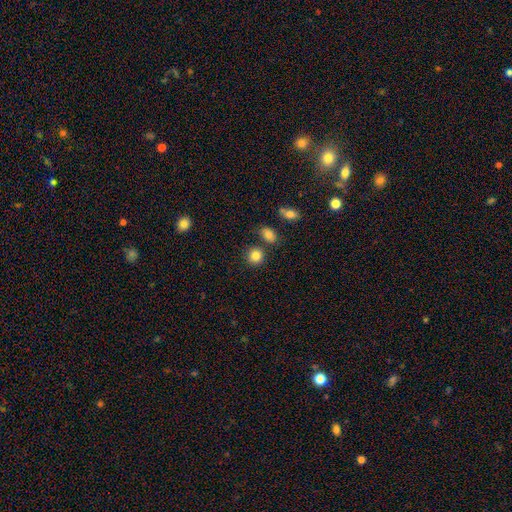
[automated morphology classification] smooth-or-featured: smooth: 84% | star or artifact: 10% | featured or disk: 6%
  how-rounded: round: 87% | in between: 12% | cigar-shaped: 1%
  merging: none: 79% | merger: 9% | minor disturbance: 9% | major disturbance: 3%